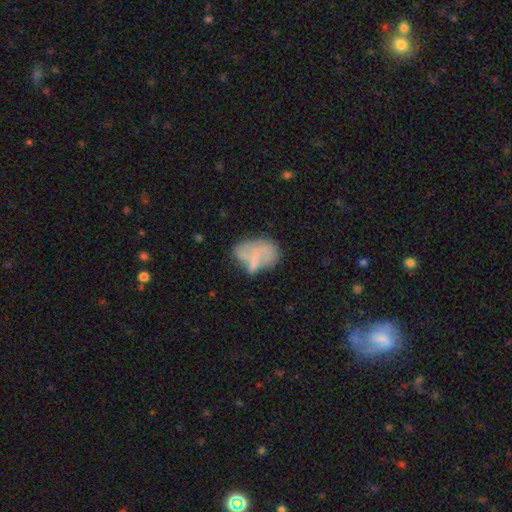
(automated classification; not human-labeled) A smooth galaxy with no disk features (51%) that is in between round and cigar-shaped (81%).

Vote fractions:
- Smooth or featured? smooth: 51% / featured or disk: 39% / star or artifact: 11%
- How rounded? in between: 81% / round: 17% / cigar-shaped: 2%
- Merging? none: 33% / minor disturbance: 27% / major disturbance: 25% / merger: 15%